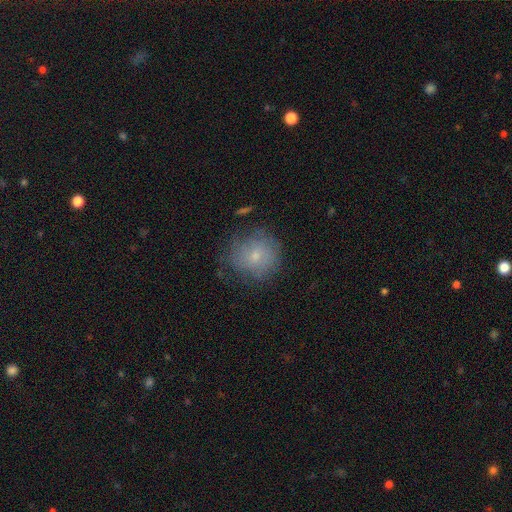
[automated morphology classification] This appears to be a smooth galaxy with no disk features (66%) that is round (87%). Merging: none (66%).